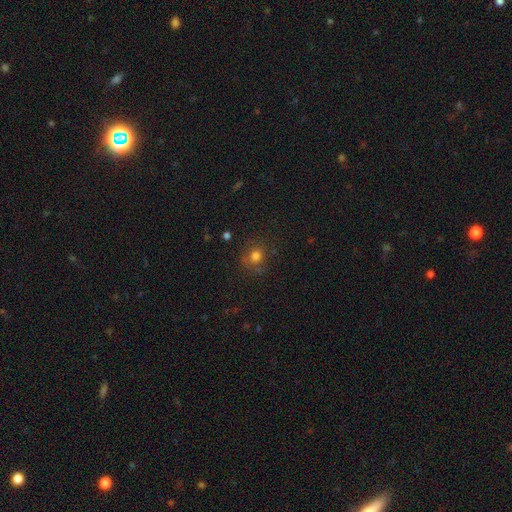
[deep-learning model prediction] Smooth or featured: smooth — 75% (star or artifact — 16%)
How rounded: round — 81% (in between — 18%)
Merging: none — 75% (minor disturbance — 16%)